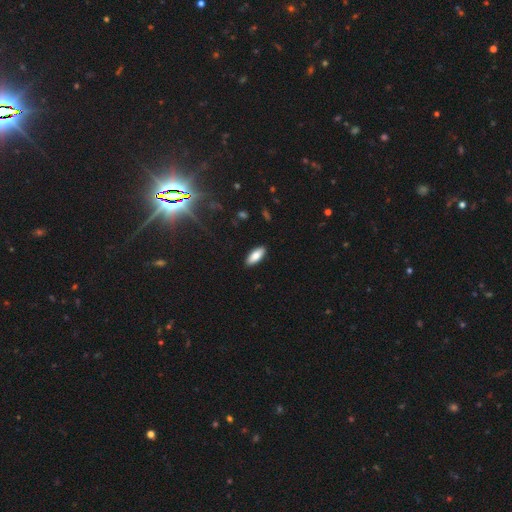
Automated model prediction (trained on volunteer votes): The model was most divided on "how rounded": in between: 75%, cigar-shaped: 23%, round: 2%. More confident: merging — none (90%); smooth or featured — smooth (81%).